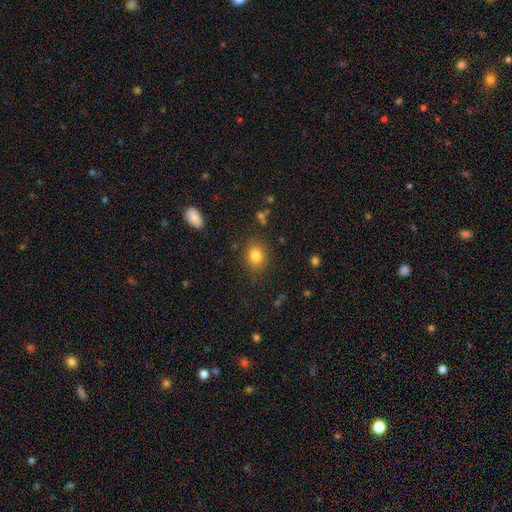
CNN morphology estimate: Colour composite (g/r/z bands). It shows a smooth galaxy with no disk features (82%) that is round (51%). Merging: none (84%).